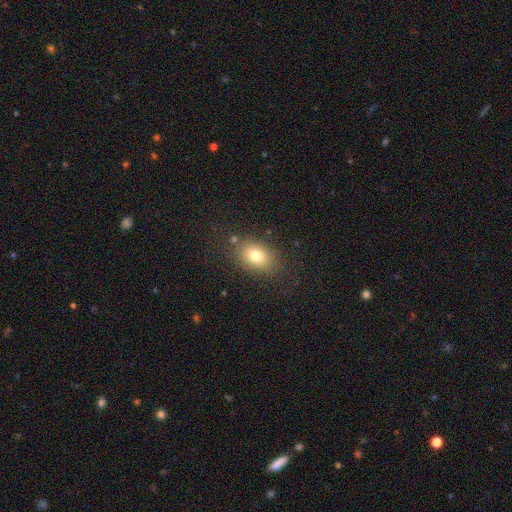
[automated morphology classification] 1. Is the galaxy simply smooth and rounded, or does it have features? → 76% smooth, 13% featured or disk, 11% star or artifact.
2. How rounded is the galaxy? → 75% in between, 24% round, 1% cigar-shaped.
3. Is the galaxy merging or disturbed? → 79% none, 13% minor disturbance, 5% major disturbance, 3% merger.